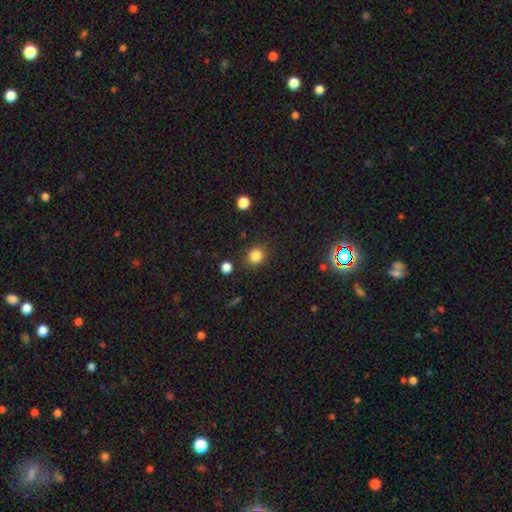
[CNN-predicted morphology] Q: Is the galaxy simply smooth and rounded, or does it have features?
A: smooth — 84%.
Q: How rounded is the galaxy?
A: round — 81%.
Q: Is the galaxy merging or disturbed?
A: none — 85%.